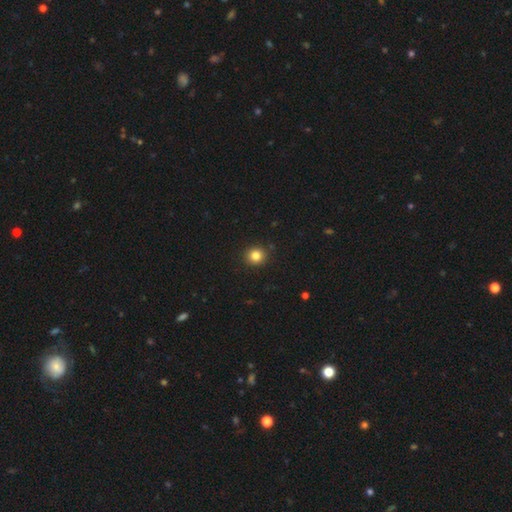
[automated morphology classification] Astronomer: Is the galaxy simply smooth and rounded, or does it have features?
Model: smooth — 83%.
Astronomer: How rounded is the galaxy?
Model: round — 89%.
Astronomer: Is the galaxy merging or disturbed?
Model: none — 92%.